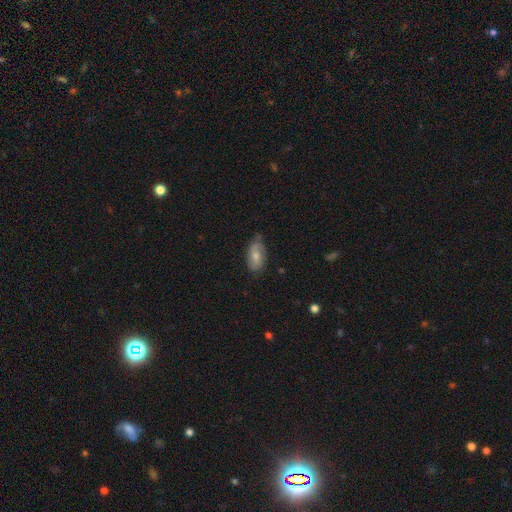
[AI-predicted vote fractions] Overall: smooth (56%; featured or disk 37%). How rounded: in between (91%). Merging: none (68%).